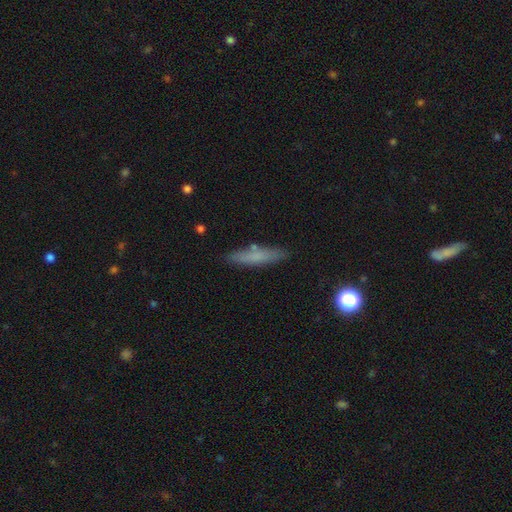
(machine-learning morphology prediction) Smooth or featured? smooth (70%)
How rounded? cigar-shaped (85%)
Merging? none (84%)